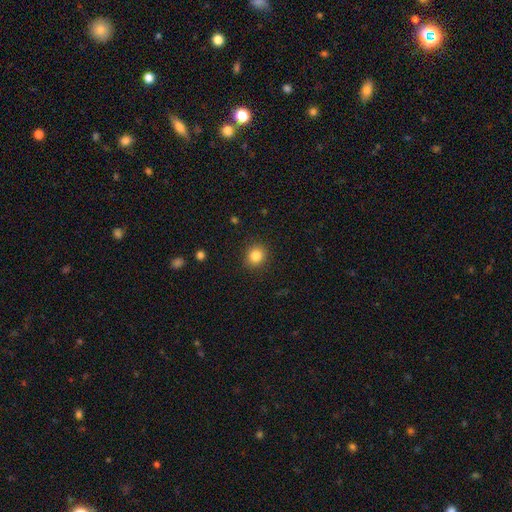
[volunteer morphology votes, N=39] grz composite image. It shows a smooth galaxy with no disk features (87%) that is round (74%). Merging: none (97%).